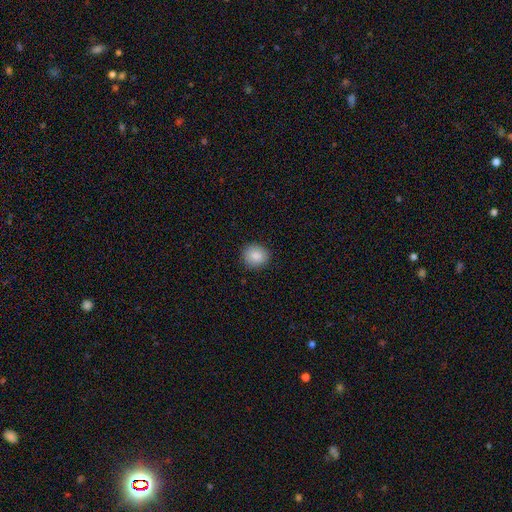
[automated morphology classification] The model was most divided on "how rounded": round: 83%, in between: 16%, cigar-shaped: 1%. More confident: merging — none (90%); smooth or featured — smooth (87%).